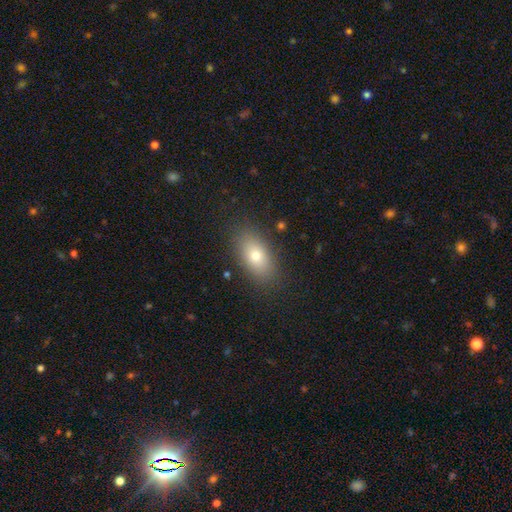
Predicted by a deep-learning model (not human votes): Smooth or featured?
  - smooth: 74% *
  - featured or disk: 16%
  - star or artifact: 10%
How rounded?
  - in between: 86% *
  - round: 8%
  - cigar-shaped: 5%
Merging?
  - none: 86% *
  - minor disturbance: 10%
  - major disturbance: 3%
  - merger: 1%